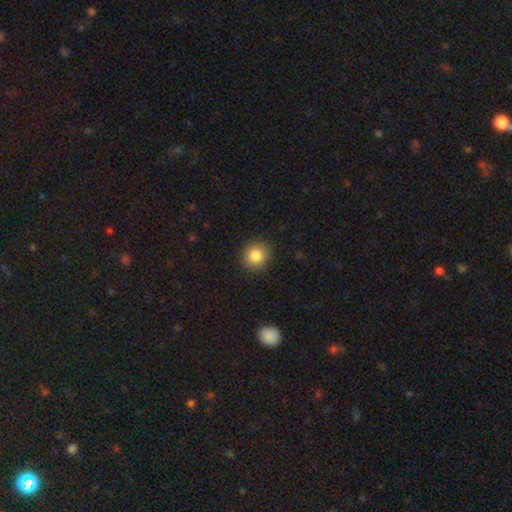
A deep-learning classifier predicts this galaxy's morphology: The model was most divided on "how rounded": round: 83%, in between: 16%, cigar-shaped: 1%. More confident: merging — none (88%); smooth or featured — smooth (85%).